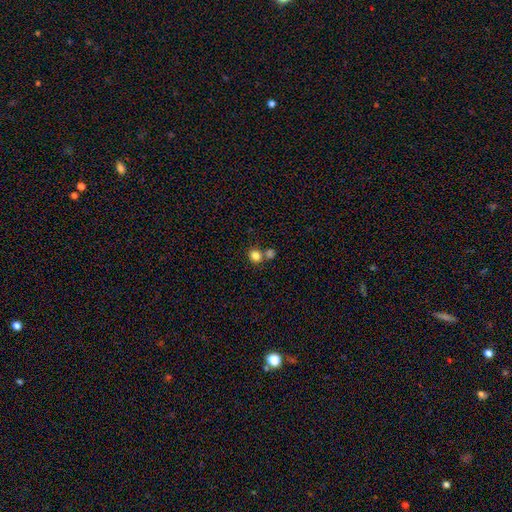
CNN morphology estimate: smooth 83%, star or artifact 12%, featured or disk 6%. Down the decision tree: how rounded — round (79%); merging — none (62%).